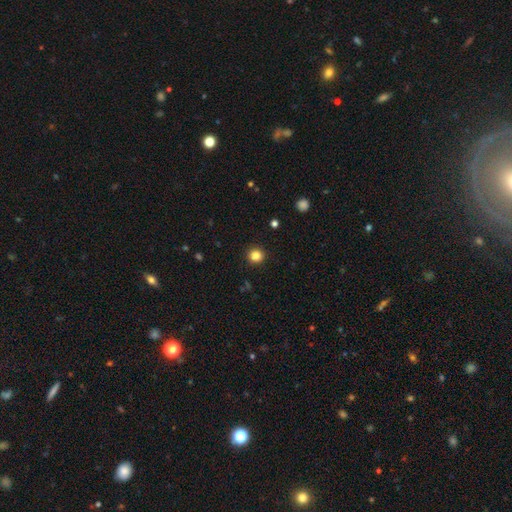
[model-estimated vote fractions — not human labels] Overall: smooth (84%). How rounded: round (93%). Merging: none (93%).